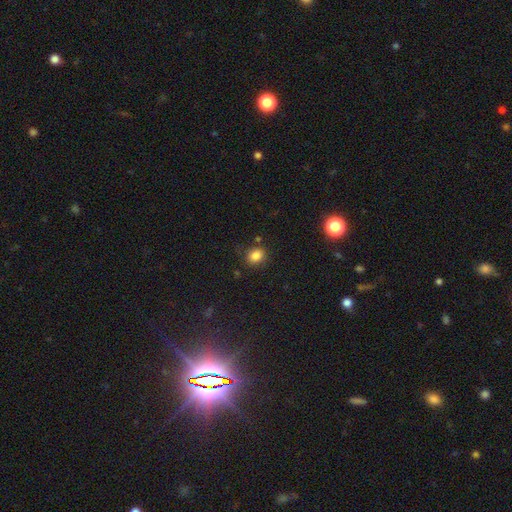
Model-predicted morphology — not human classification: A smooth galaxy with no disk features (83%) that is round (54%). Merging: none (80%).